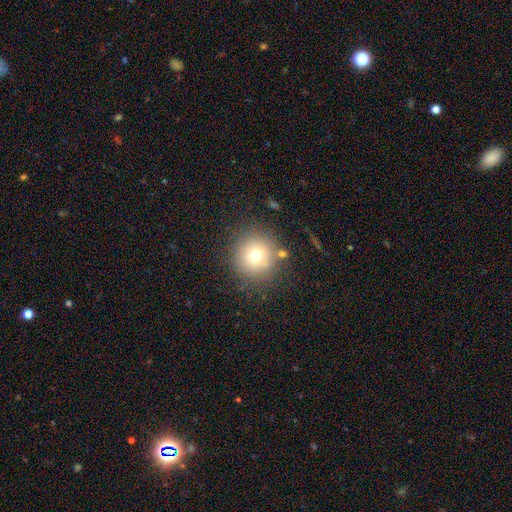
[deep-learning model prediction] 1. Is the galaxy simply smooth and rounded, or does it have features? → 70% smooth, 16% star or artifact, 14% featured or disk.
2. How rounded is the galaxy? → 95% round, 4% in between, 1% cigar-shaped.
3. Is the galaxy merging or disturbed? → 82% none, 9% minor disturbance, 5% merger, 4% major disturbance.